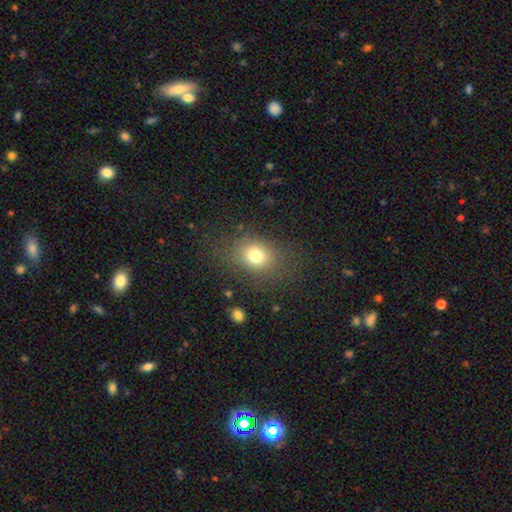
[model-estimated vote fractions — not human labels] A smooth galaxy with no disk features (75%) that is round (54%). Merging: none (77%).